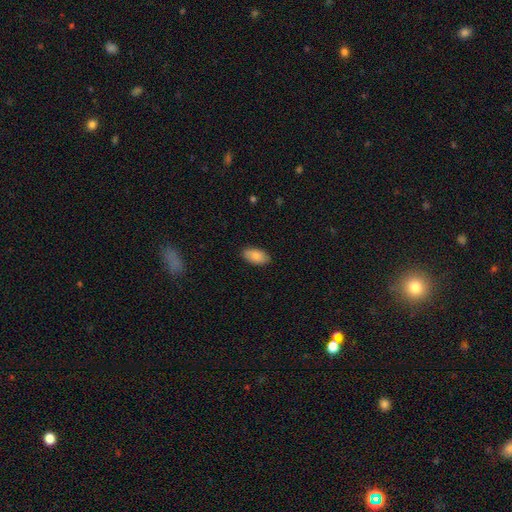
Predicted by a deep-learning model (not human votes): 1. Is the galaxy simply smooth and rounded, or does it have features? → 82% smooth, 11% featured or disk, 6% star or artifact.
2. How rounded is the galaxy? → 94% in between, 4% round, 2% cigar-shaped.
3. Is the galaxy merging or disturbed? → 87% none, 10% minor disturbance, 2% major disturbance, 1% merger.